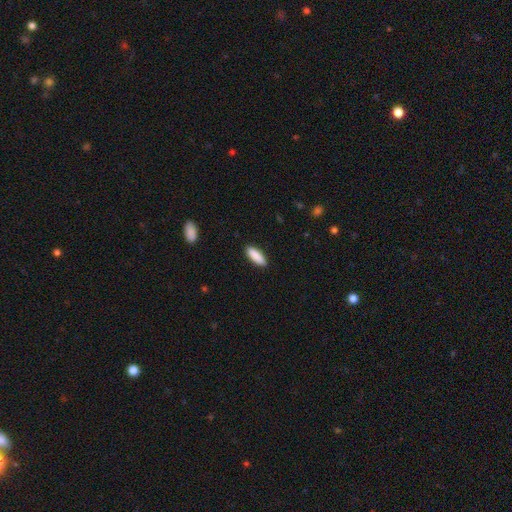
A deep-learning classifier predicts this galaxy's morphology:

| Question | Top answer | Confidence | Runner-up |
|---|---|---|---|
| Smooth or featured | smooth | 88% | featured or disk (6%) |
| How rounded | in between | 51% | cigar-shaped (47%) |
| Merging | none | 89% | minor disturbance (8%) |